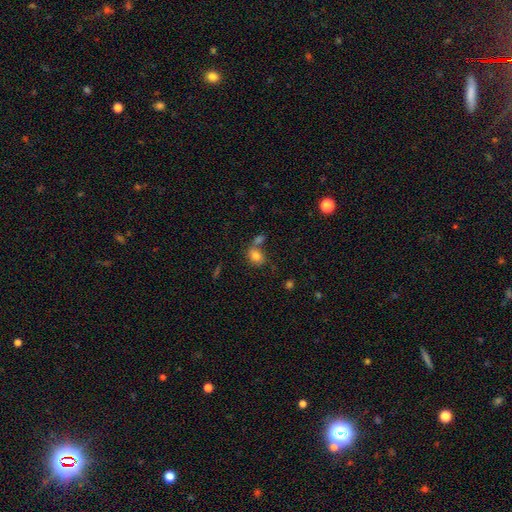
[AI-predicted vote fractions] smooth-or-featured: smooth: 79% | featured or disk: 11% | star or artifact: 10%
  how-rounded: in between: 51% | round: 48% | cigar-shaped: 1%
  merging: none: 50% | merger: 29% | minor disturbance: 14% | major disturbance: 6%